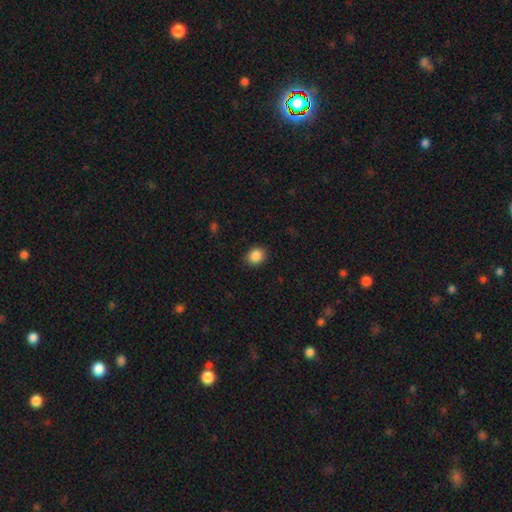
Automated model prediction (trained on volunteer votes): Morphology: type=smooth (88%); roundness=round (63%); merging=none (90%).